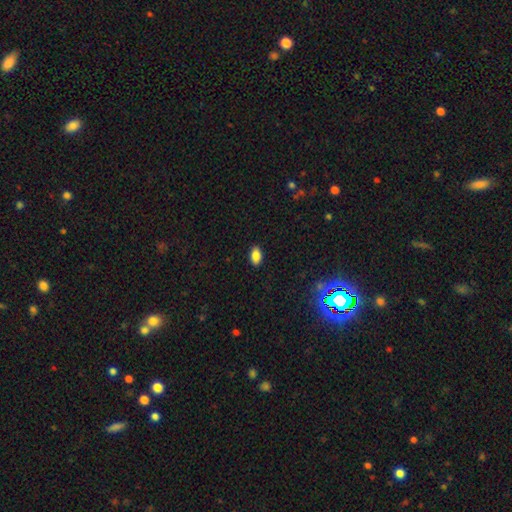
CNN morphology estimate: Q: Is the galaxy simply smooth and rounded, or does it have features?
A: smooth — 85%.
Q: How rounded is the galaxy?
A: in between — 91%.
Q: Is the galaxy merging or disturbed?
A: none — 89%.